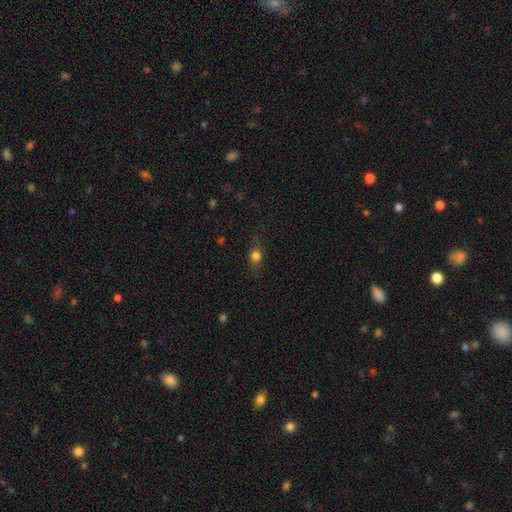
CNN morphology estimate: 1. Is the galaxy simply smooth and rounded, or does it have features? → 75% smooth, 15% star or artifact, 10% featured or disk.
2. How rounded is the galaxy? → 56% round, 39% in between, 5% cigar-shaped.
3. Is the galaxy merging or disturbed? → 76% none, 17% minor disturbance, 6% major disturbance, 1% merger.